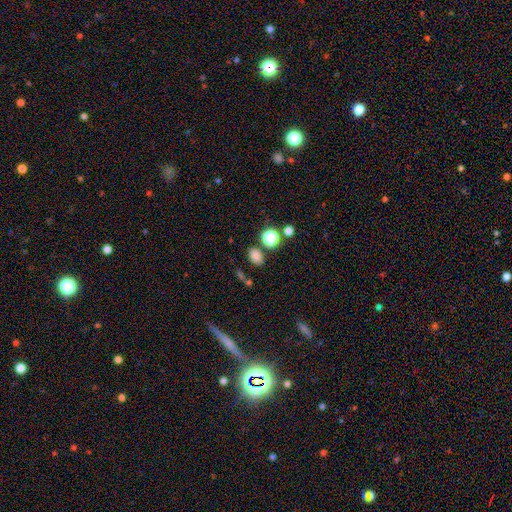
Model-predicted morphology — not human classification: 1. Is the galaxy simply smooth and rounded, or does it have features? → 78% smooth, 16% star or artifact, 5% featured or disk.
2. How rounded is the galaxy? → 67% in between, 31% round, 1% cigar-shaped.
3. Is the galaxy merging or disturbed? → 76% none, 11% minor disturbance, 9% merger, 4% major disturbance.